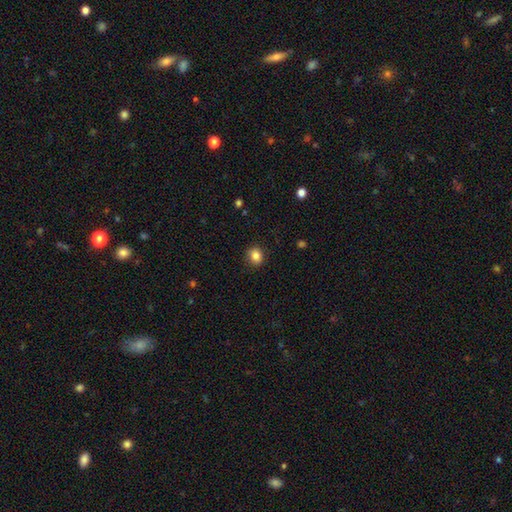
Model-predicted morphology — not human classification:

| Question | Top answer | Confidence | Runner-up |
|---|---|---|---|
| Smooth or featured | smooth | 84% | star or artifact (10%) |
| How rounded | round | 77% | in between (22%) |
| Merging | none | 90% | minor disturbance (7%) |